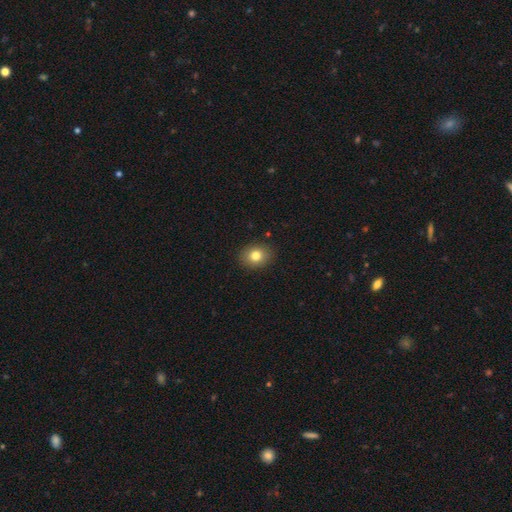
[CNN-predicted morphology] Smooth or featured? smooth (80%)
How rounded? round (52%)
Merging? none (89%)